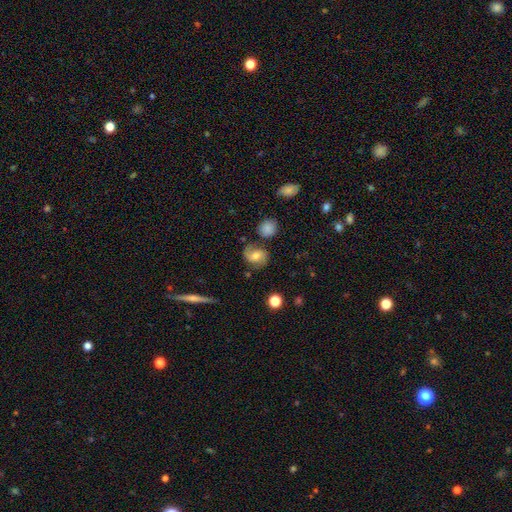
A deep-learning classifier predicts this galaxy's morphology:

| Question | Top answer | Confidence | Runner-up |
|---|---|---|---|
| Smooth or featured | featured or disk | 56% | smooth (34%) |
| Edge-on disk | no | 96% | yes (4%) |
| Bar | no | 51% | weak (39%) |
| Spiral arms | yes | 89% | no (11%) |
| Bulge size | moderate | 67% | small (21%) |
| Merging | none | 72% | minor disturbance (16%) |